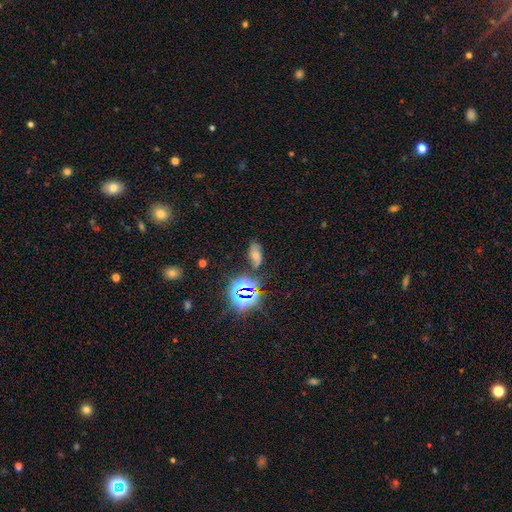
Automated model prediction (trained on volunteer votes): Morphology: type=smooth (45%); merging=none (64%).